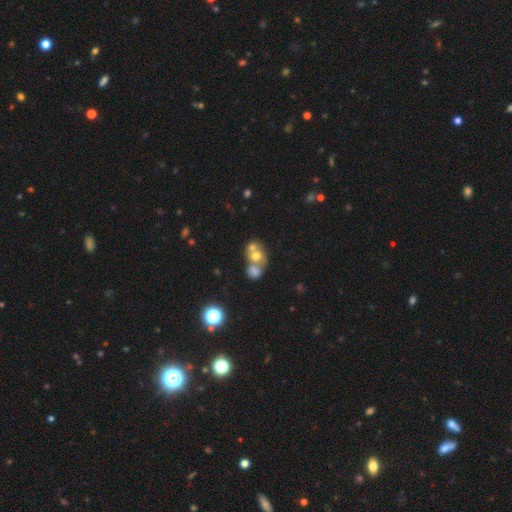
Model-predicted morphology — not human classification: Smooth or featured? Predicted: smooth (p=0.60). How rounded? Predicted: round (p=0.59). Merging? Predicted: merger (p=0.66).